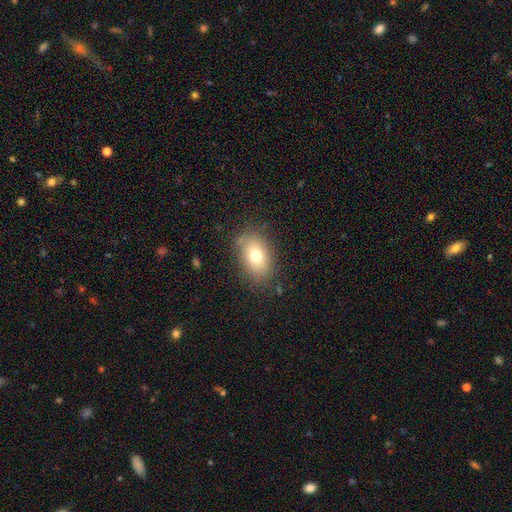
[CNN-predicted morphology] smooth_or_featured: smooth (p=0.73) [alt: featured or disk p=0.16]
how_rounded: in between (p=0.80) [alt: round p=0.19]
merging: none (p=0.79) [alt: minor disturbance p=0.14]